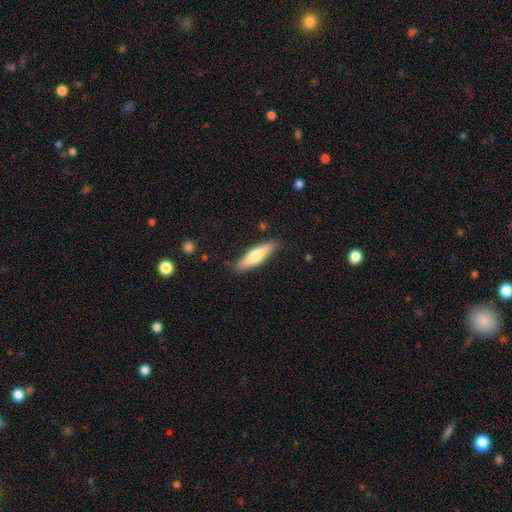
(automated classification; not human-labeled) Smooth or featured? Predicted: smooth (p=0.63). How rounded? Predicted: cigar-shaped (p=0.66). Merging? Predicted: none (p=0.86).